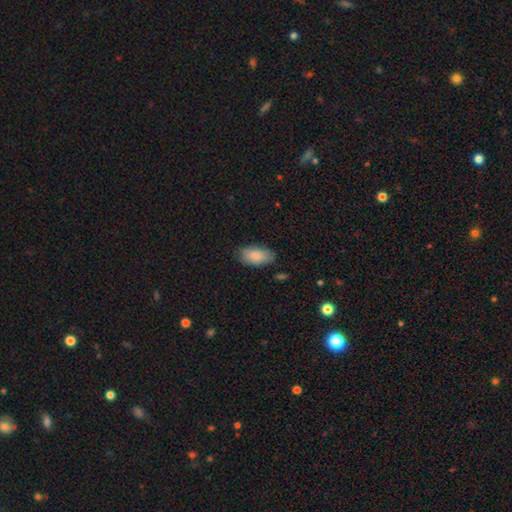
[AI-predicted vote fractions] The model was most divided on "merging": none: 78%, minor disturbance: 17%, major disturbance: 4%, merger: 2%. More confident: how rounded — in between (94%); smooth or featured — smooth (87%).